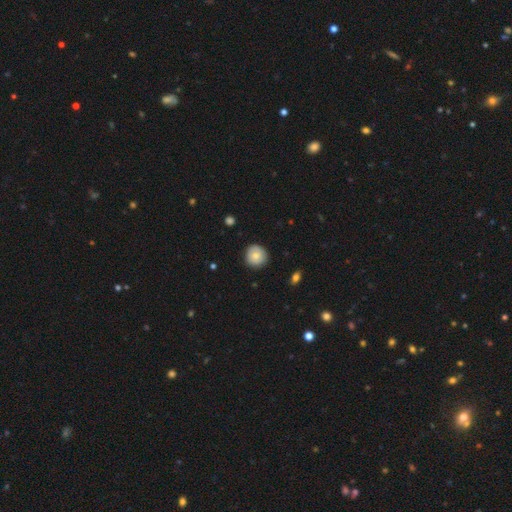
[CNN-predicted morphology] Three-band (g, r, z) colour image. It shows a smooth galaxy with no disk features (74%) that is round (93%). Merging: none (86%).